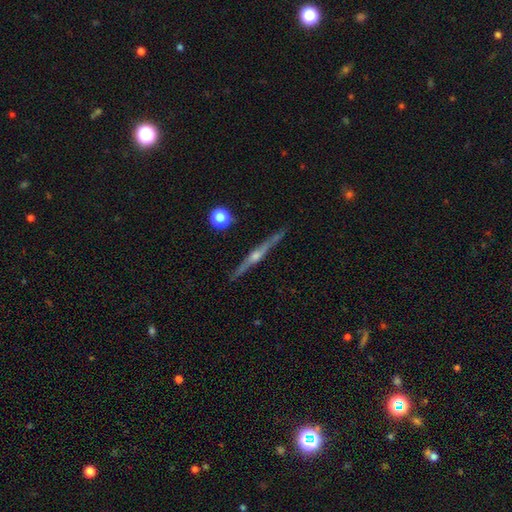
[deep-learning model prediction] A featured or disk galaxy (83%) viewed edge-on (98%) with a rounded central bulge (88%).

Vote fractions:
- Smooth or featured? featured or disk: 83% / smooth: 11% / star or artifact: 6%
- Edge-on disk? yes: 98% / no: 2%
- Edge-on bulge? rounded: 88% / none: 7% / boxy: 5%
- Merging? none: 90% / minor disturbance: 7% / major disturbance: 1% / merger: 1%